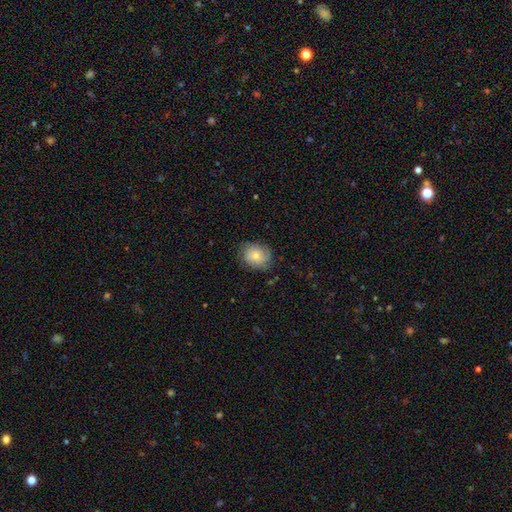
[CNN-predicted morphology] smooth_or_featured: smooth (p=0.65) [alt: featured or disk p=0.27]
how_rounded: round (p=0.58) [alt: in between p=0.41]
merging: none (p=0.73) [alt: minor disturbance p=0.20]